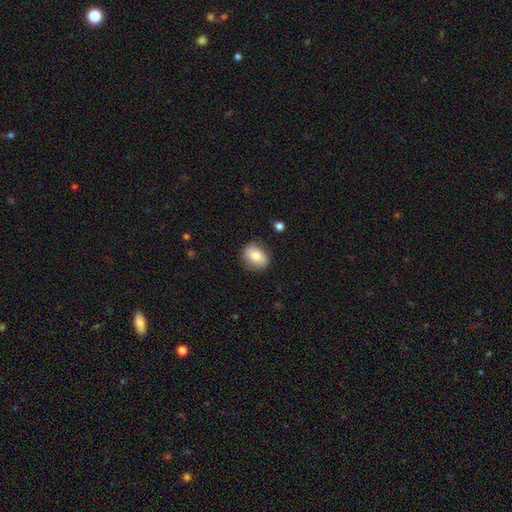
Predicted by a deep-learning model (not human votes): Q: Smooth or featured?
A: smooth (77%); runner-up: featured or disk (15%)
Q: How rounded?
A: in between (65%); runner-up: round (34%)
Q: Merging?
A: none (82%); runner-up: minor disturbance (13%)